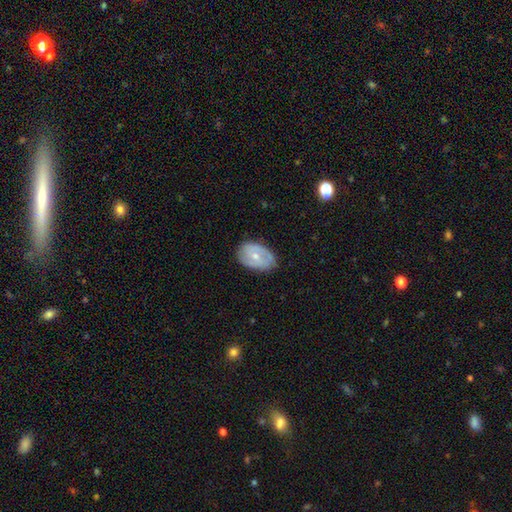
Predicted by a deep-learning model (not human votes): featured or disk 61%, smooth 33%, star or artifact 6%. Down the decision tree: edge-on disk — no (96%); bar — no (50%); spiral arms — yes (76%); bulge size — small (49%); merging — none (76%).